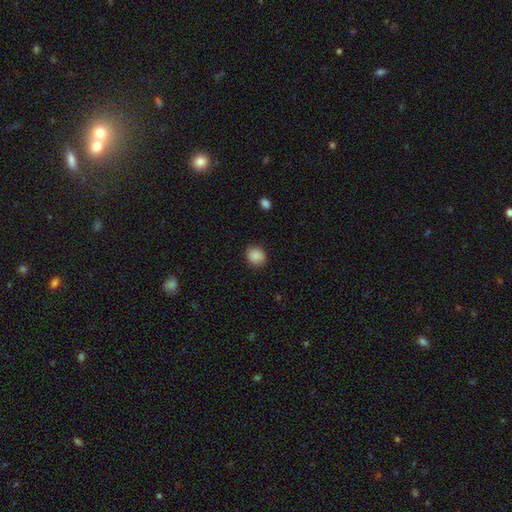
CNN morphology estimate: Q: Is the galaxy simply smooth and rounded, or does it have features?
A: smooth — 88%.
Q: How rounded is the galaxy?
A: round — 77%.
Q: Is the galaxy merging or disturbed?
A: none — 89%.